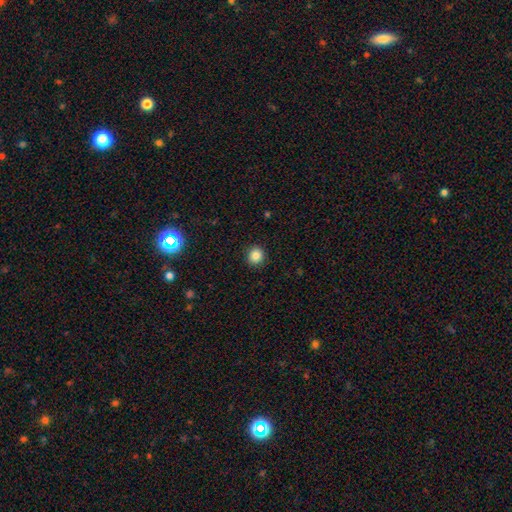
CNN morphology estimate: Overall: smooth (85%). How rounded: round (91%). Merging: none (92%).